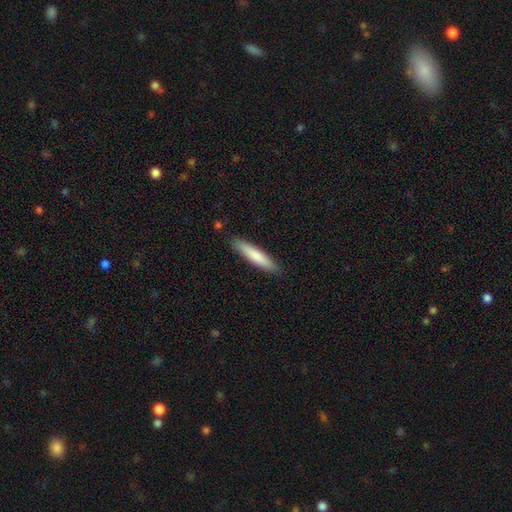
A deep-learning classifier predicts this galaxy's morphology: This is likely a smooth galaxy (79%). How rounded: clearly cigar-shaped (86%). Merging: clearly none (89%).